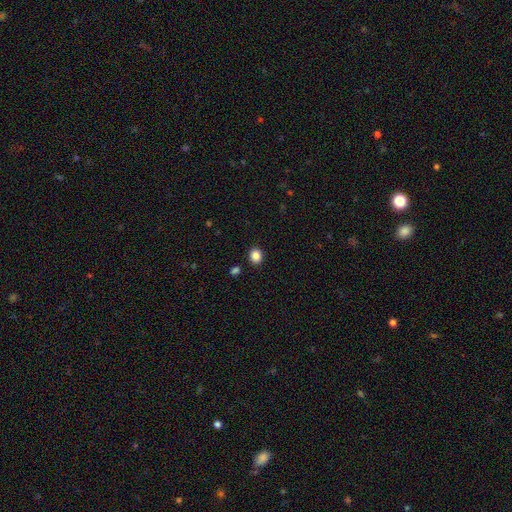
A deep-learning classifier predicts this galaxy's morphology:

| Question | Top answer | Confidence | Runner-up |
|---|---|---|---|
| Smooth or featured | smooth | 86% | star or artifact (10%) |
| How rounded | round | 64% | in between (35%) |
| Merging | none | 89% | minor disturbance (7%) |